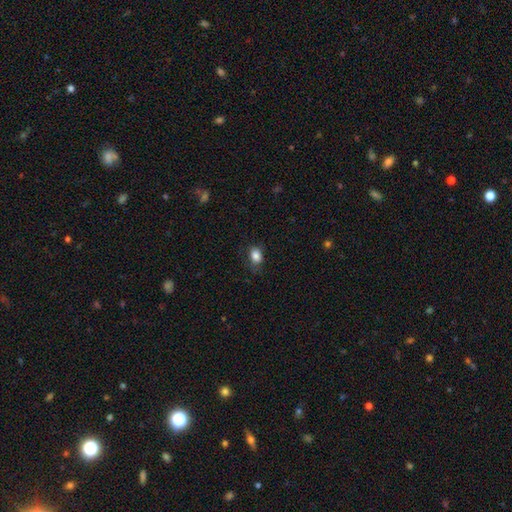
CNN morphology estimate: smooth-or-featured: smooth: 84% | star or artifact: 9% | featured or disk: 6%
  how-rounded: in between: 73% | round: 26% | cigar-shaped: 1%
  merging: none: 72% | minor disturbance: 21% | major disturbance: 6% | merger: 1%